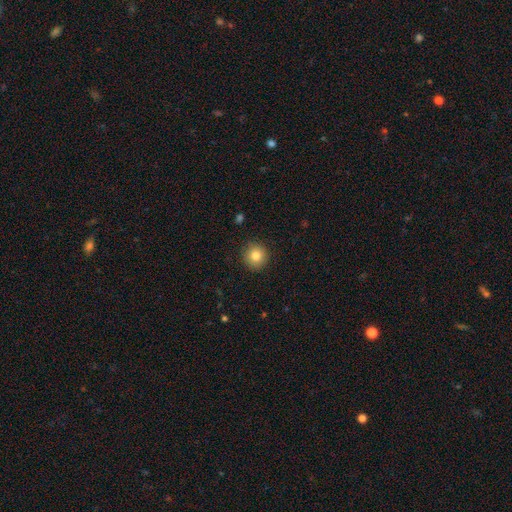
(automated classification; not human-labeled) Smooth or featured? Predicted: smooth (p=0.82). How rounded? Predicted: round (p=0.94). Merging? Predicted: none (p=0.90).